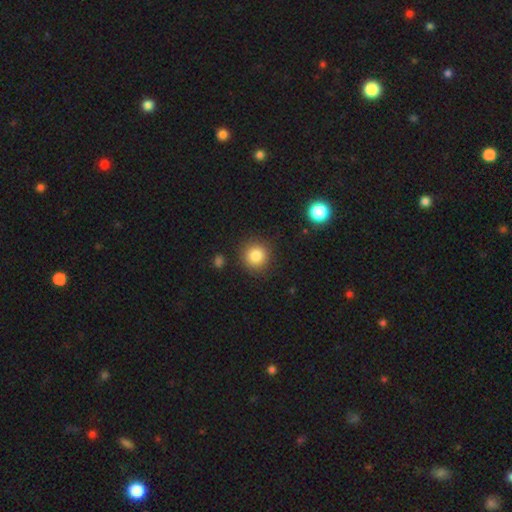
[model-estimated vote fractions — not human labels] This is clearly a smooth galaxy (84%). How rounded: clearly round (93%). Merging: clearly none (88%).